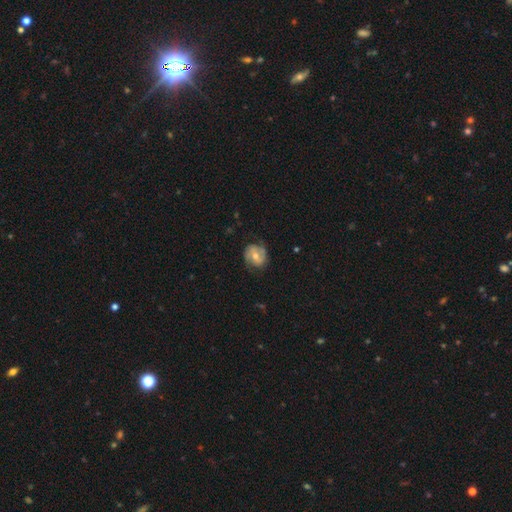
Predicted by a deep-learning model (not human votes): Smooth or featured? featured or disk (57%)
Edge-on disk? no (97%)
Bar? no (53%)
Spiral arms? yes (80%)
Bulge size? moderate (66%)
Merging? none (69%)